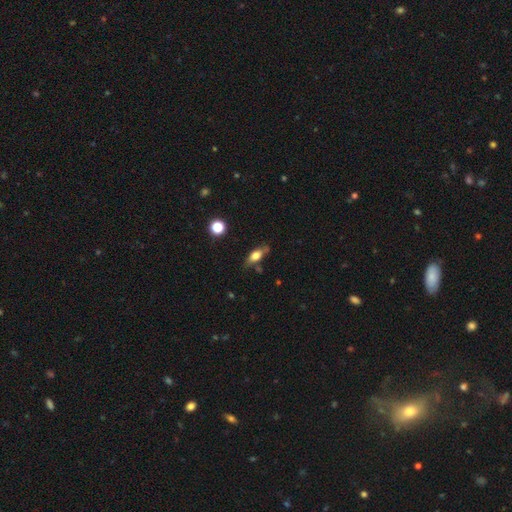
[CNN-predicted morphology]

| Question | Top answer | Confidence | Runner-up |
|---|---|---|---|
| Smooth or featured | smooth | 63% | featured or disk (29%) |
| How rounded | in between | 71% | cigar-shaped (23%) |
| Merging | none | 70% | minor disturbance (20%) |